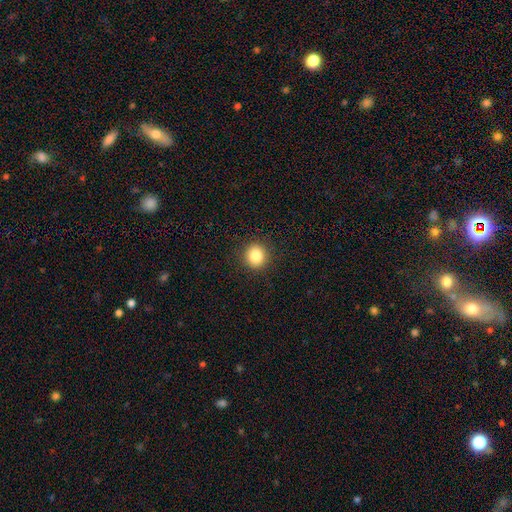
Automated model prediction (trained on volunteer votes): Smooth or featured? smooth (85%)
How rounded? round (90%)
Merging? none (91%)